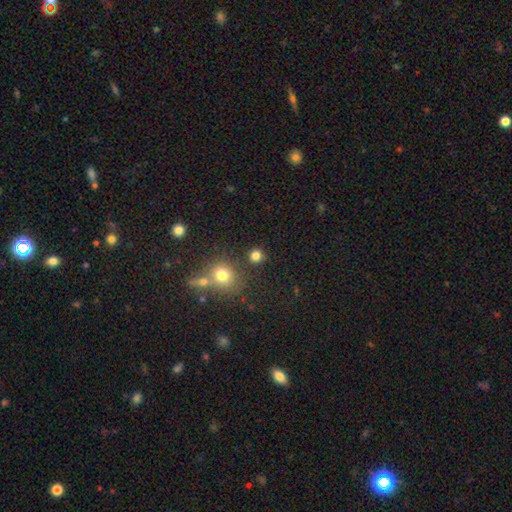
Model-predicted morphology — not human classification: smooth 80%, star or artifact 15%, featured or disk 5%. Down the decision tree: how rounded — round (88%); merging — none (81%).